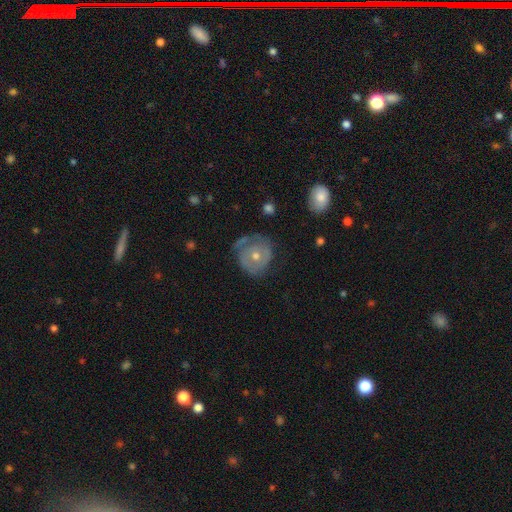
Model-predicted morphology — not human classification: Smooth or featured? Predicted: featured or disk (p=0.64). Edge-on disk? Predicted: no (p=0.97). Bar? Predicted: no (p=0.85). Spiral arms? Predicted: yes (p=0.62). Bulge size? Predicted: moderate (p=0.56). Merging? Predicted: none (p=0.63).